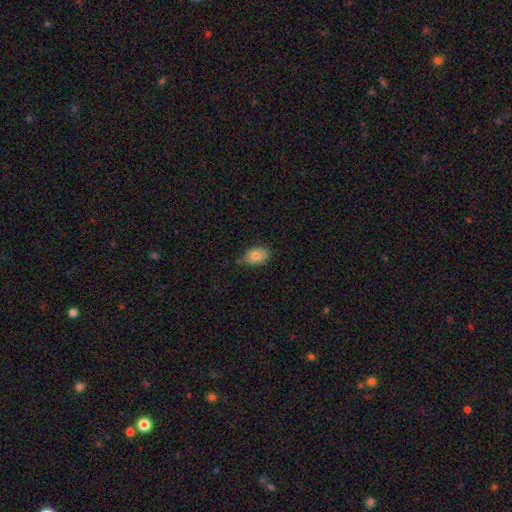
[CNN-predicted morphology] Overall: smooth (78%). How rounded: in between (79%). Merging: none (74%).